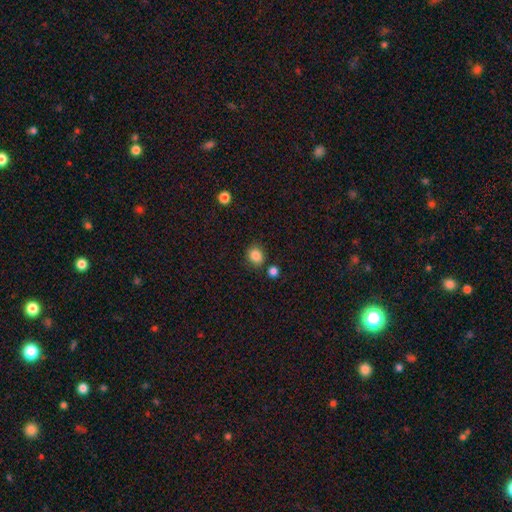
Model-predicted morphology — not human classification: smooth-or-featured: smooth: 84% | star or artifact: 10% | featured or disk: 5%
  how-rounded: round: 65% | in between: 34% | cigar-shaped: 1%
  merging: none: 79% | minor disturbance: 11% | merger: 7% | major disturbance: 3%